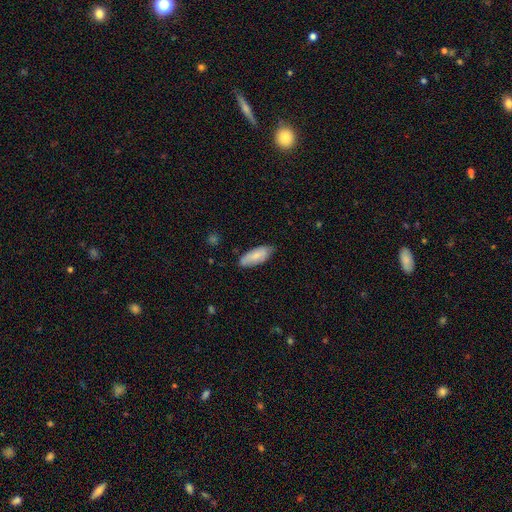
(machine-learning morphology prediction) This is likely a smooth galaxy (80%). How rounded: likely in between (80%). Merging: likely none (77%).